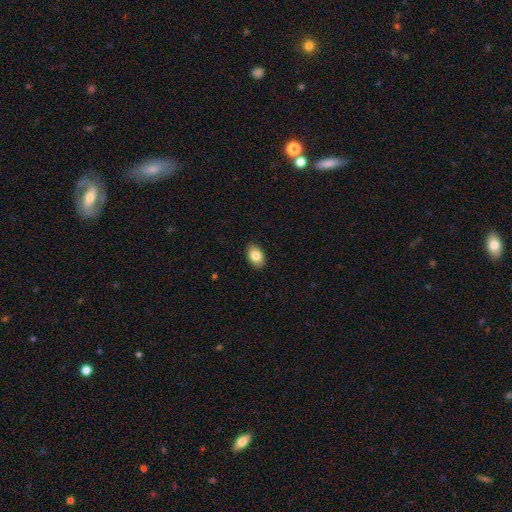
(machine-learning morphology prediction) A smooth galaxy with no disk features (84%) that is in between round and cigar-shaped (87%). Merging: none (89%).